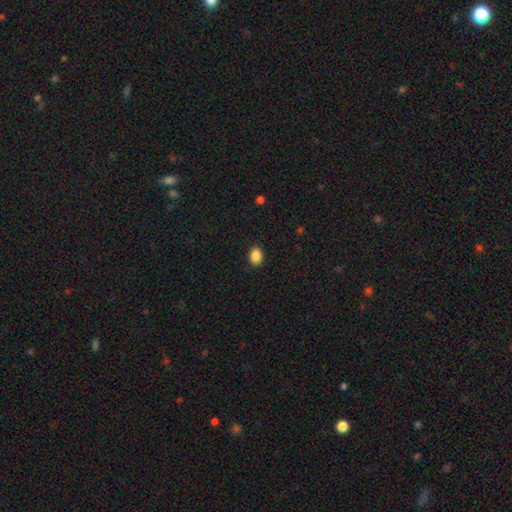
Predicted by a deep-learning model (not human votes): smooth-or-featured: smooth: 88% | star or artifact: 9% | featured or disk: 3%
  how-rounded: in between: 71% | round: 28% | cigar-shaped: 1%
  merging: none: 87% | minor disturbance: 10% | major disturbance: 2% | merger: 1%